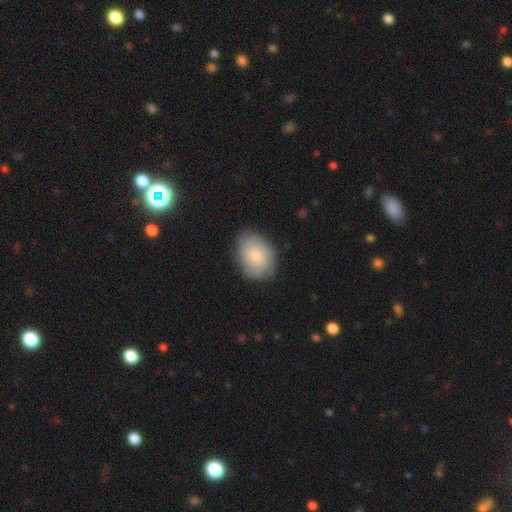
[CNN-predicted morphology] type=smooth (48%); merging=none (78%).